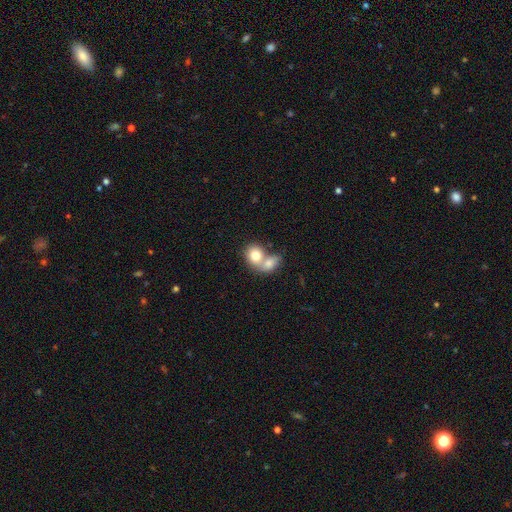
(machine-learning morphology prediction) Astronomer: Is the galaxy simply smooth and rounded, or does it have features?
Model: smooth — 77%.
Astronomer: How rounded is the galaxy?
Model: round — 59% (runner-up: in between, 39%).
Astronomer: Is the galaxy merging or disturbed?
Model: merger — 71%.